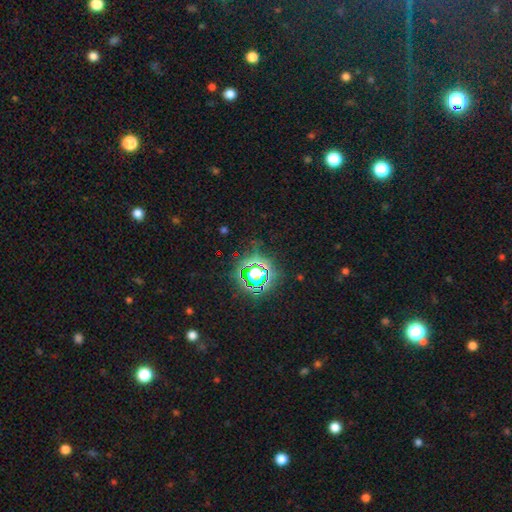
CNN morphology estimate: Q: Smooth or featured?
A: star or artifact (77%); runner-up: smooth (15%)